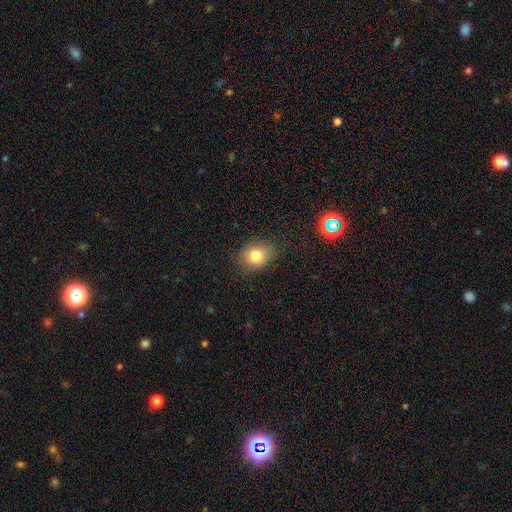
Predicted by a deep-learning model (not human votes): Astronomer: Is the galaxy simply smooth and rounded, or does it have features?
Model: smooth — 79%.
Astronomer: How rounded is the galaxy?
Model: in between — 53% (runner-up: round, 46%).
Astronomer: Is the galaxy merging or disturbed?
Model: none — 83%.